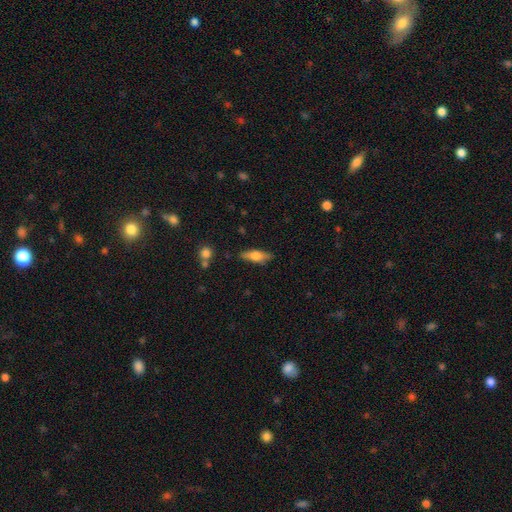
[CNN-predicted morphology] A smooth galaxy with no disk features (58%) that is in between round and cigar-shaped (56%).

Vote fractions:
- Smooth or featured? smooth: 58% / featured or disk: 35% / star or artifact: 7%
- How rounded? in between: 56% / cigar-shaped: 40% / round: 3%
- Merging? none: 82% / minor disturbance: 13% / major disturbance: 3% / merger: 2%